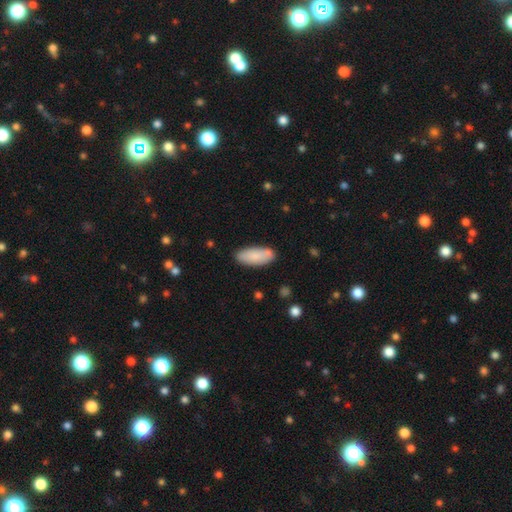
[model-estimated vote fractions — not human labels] This appears to be a smooth galaxy with no disk features (85%) that is in between round and cigar-shaped (79%). Merging: none (80%).